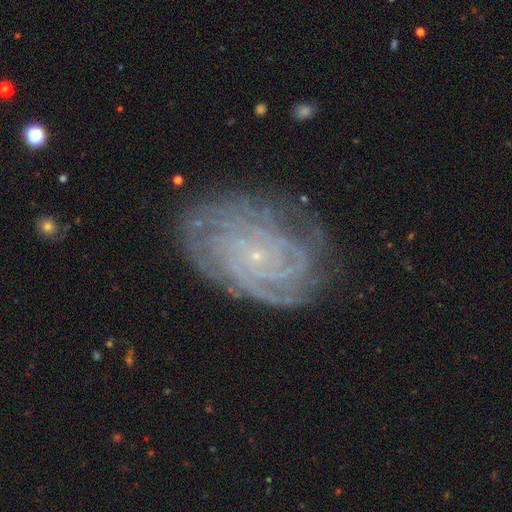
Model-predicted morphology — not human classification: smooth-or-featured: featured or disk: 86% | star or artifact: 8% | smooth: 7%
  disk-edge-on: no: 97% | yes: 3%
    bar: no: 79% | weak: 15% | strong: 5%
    has-spiral-arms: yes: 97% | no: 3%
      spiral-winding: tight: 81% | medium: 16% | loose: 3%
      spiral-arm-count: can't tell: 26% | 4: 21% | more than 4: 18% | 3: 14% | 2: 12% | 1: 8%
    bulge-size: small: 90% | moderate: 5% | none: 2% | large: 1% | dominant: 1%
  merging: none: 75% | minor disturbance: 17% | major disturbance: 6% | merger: 1%